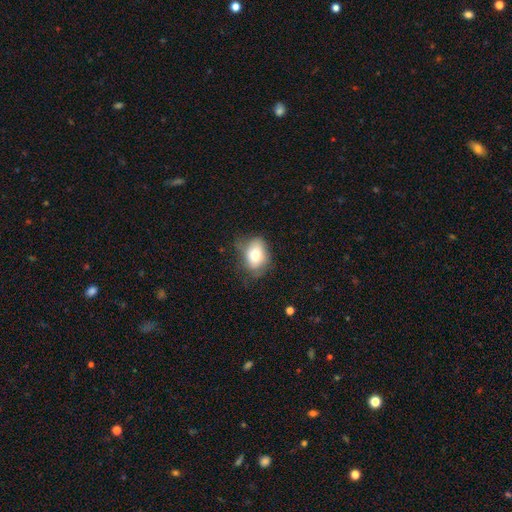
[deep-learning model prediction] Smooth or featured: smooth — 73% (featured or disk — 17%)
How rounded: in between — 71% (round — 28%)
Merging: none — 54% (minor disturbance — 32%)